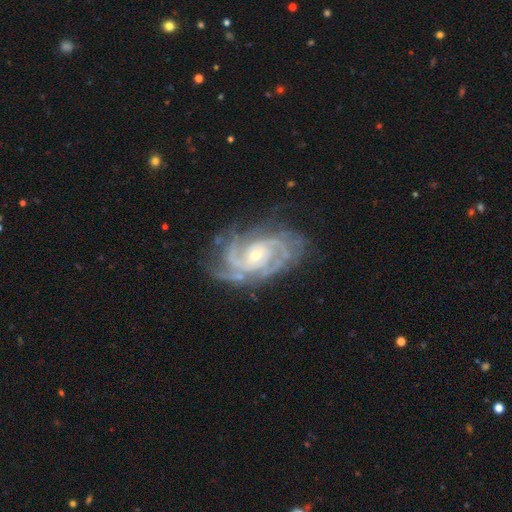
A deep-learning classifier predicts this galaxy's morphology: Overall: featured or disk (91%). Edge-on disk: no (97%). Bar: no (66%; weak 26%). Spiral arms: yes (98%). Spiral arm count: 3 (27%; 2 23%). Spiral winding: tight (66%; medium 30%). Bulge size: small (66%; moderate 30%). Merging: none (72%).